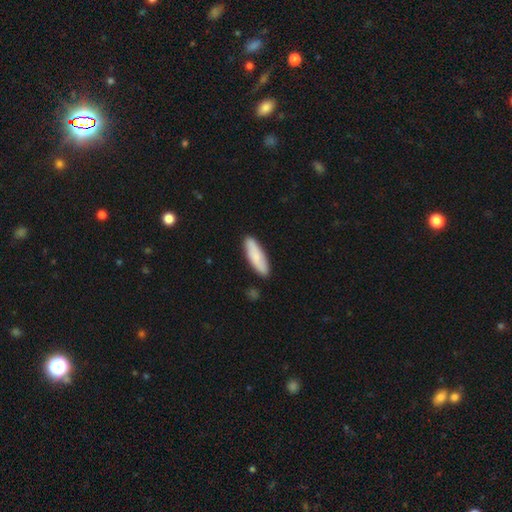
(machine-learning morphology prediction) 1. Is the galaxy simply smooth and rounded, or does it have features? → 80% smooth, 14% featured or disk, 5% star or artifact.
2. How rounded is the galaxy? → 55% cigar-shaped, 44% in between, 2% round.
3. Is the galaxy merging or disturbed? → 88% none, 9% minor disturbance, 2% major disturbance, 1% merger.